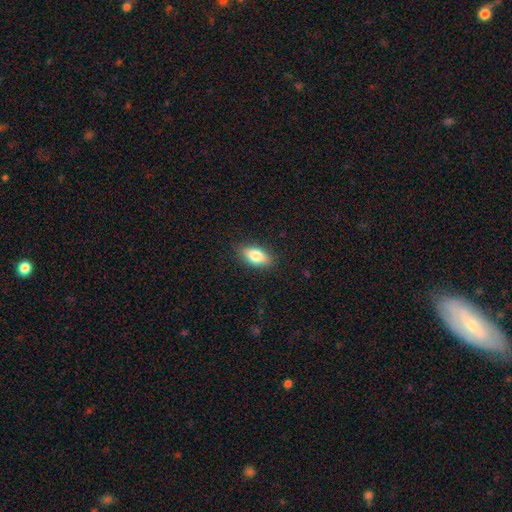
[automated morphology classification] A smooth galaxy with no disk features (81%) that is in between round and cigar-shaped (87%).

Vote fractions:
- Smooth or featured? smooth: 81% / featured or disk: 12% / star or artifact: 7%
- How rounded? in between: 87% / cigar-shaped: 8% / round: 5%
- Merging? none: 87% / minor disturbance: 10% / major disturbance: 2% / merger: 1%